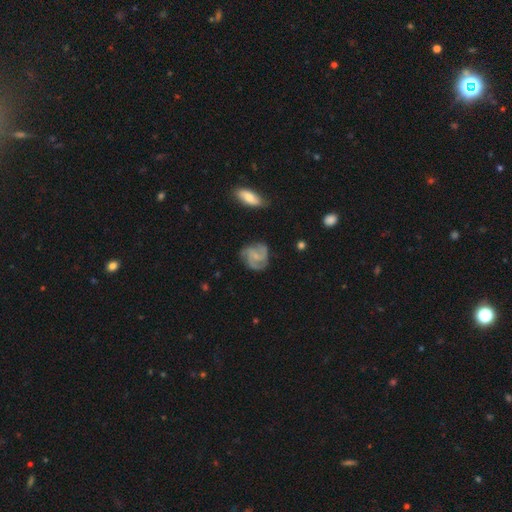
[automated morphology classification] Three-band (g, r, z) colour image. It shows a featured or disk galaxy (76%) with no bar (60%), 3 (54%) medium (47%) spiral arms (95%) and a small central bulge (58%). Merging: none (71%).